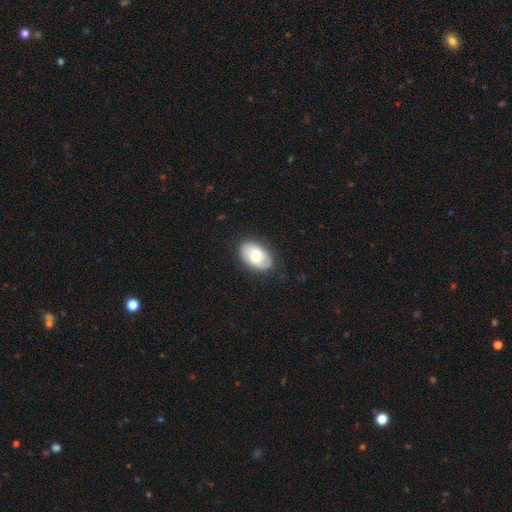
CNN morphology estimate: Smooth or featured? smooth (54%)
How rounded? in between (89%)
Merging? none (80%)